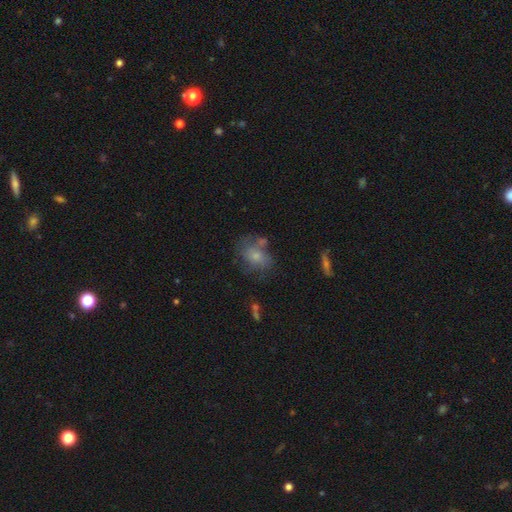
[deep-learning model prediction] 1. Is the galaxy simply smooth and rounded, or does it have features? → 66% smooth, 24% featured or disk, 10% star or artifact.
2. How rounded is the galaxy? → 70% in between, 28% round, 2% cigar-shaped.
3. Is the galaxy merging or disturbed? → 49% none, 24% minor disturbance, 14% major disturbance, 13% merger.